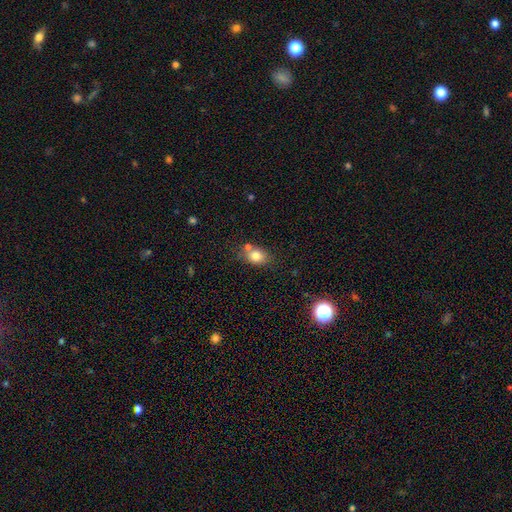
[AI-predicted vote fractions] smooth 80%, star or artifact 10%, featured or disk 10%. Down the decision tree: how rounded — in between (63%); merging — none (61%).